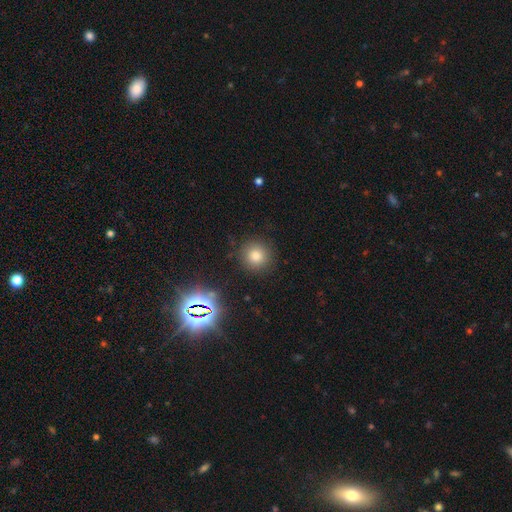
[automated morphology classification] This appears to be a smooth galaxy with no disk features (77%) that is round (93%). Merging: none (88%).